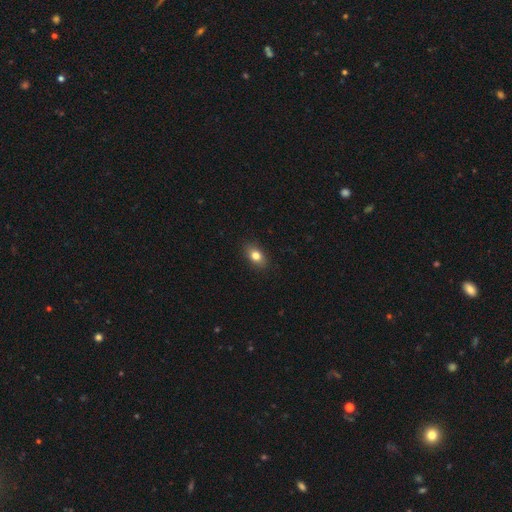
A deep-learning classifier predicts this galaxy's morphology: Smooth or featured? Predicted: smooth (p=0.81). How rounded? Predicted: in between (p=0.81). Merging? Predicted: none (p=0.88).